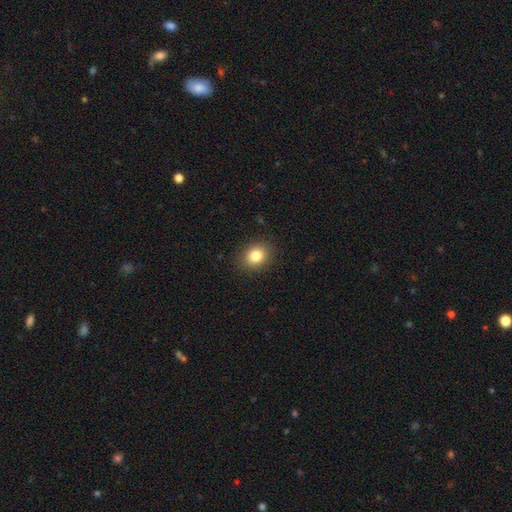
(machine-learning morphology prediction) Overall: smooth (83%). How rounded: round (62%; in between 37%). Merging: none (89%).